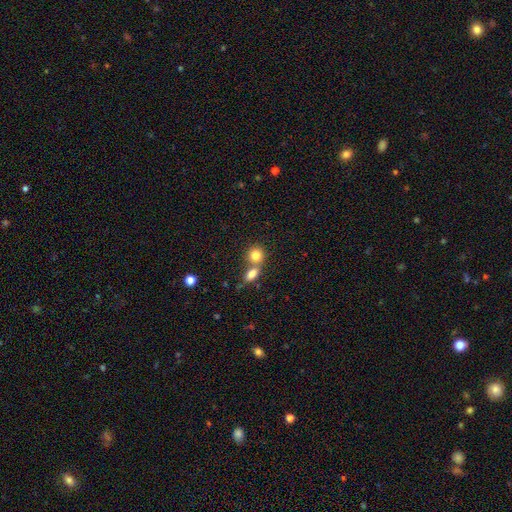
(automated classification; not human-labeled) Smooth or featured?
  - smooth: 82% *
  - featured or disk: 9%
  - star or artifact: 9%
How rounded?
  - round: 74% *
  - in between: 24%
  - cigar-shaped: 1%
Merging?
  - merger: 49% *
  - none: 42%
  - minor disturbance: 7%
  - major disturbance: 3%